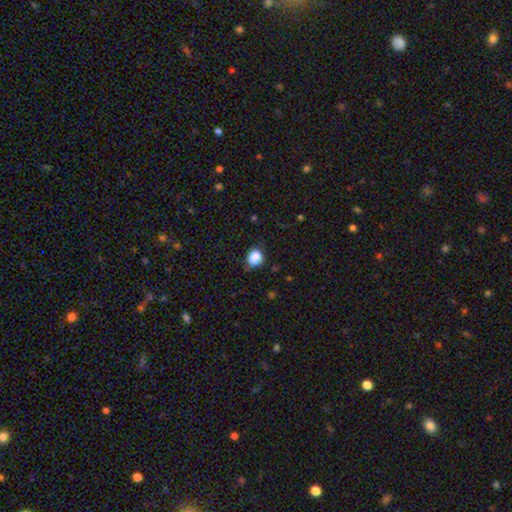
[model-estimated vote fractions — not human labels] smooth-or-featured: smooth: 85% | star or artifact: 9% | featured or disk: 6%
  how-rounded: round: 65% | in between: 34% | cigar-shaped: 1%
  merging: none: 59% | minor disturbance: 31% | major disturbance: 8% | merger: 2%